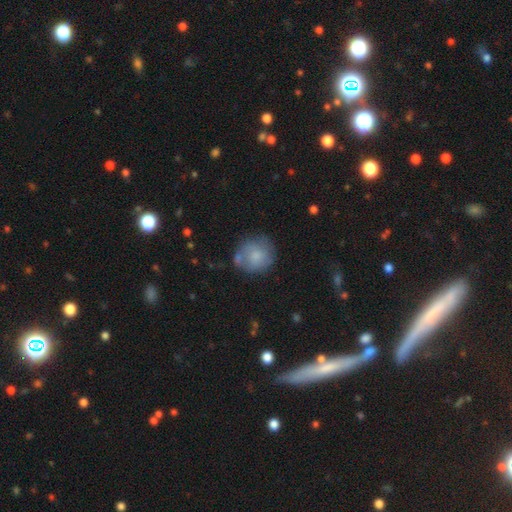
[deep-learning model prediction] smooth-or-featured: smooth: 74% | featured or disk: 18% | star or artifact: 7%
  how-rounded: round: 84% | in between: 15% | cigar-shaped: 1%
  merging: none: 58% | minor disturbance: 23% | merger: 10% | major disturbance: 9%